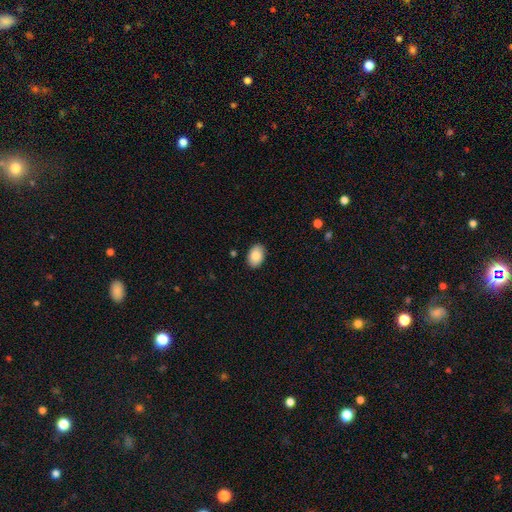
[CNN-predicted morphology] smooth_or_featured: smooth (p=0.89) [alt: star or artifact p=0.07]
how_rounded: in between (p=0.87) [alt: round p=0.12]
merging: none (p=0.89) [alt: minor disturbance p=0.08]